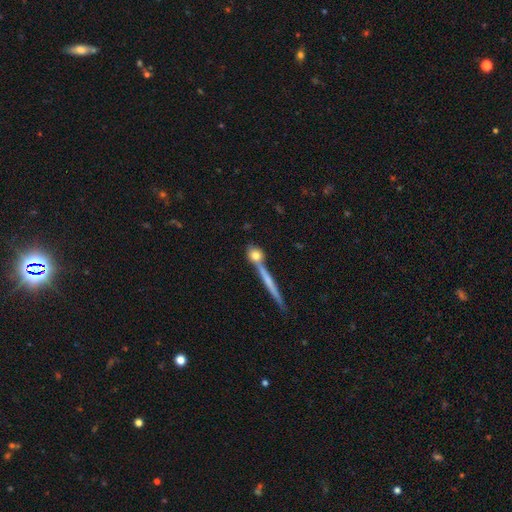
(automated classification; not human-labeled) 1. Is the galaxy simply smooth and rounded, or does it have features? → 70% smooth, 21% featured or disk, 9% star or artifact.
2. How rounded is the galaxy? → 65% round, 18% cigar-shaped, 17% in between.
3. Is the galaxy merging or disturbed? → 59% none, 25% merger, 11% minor disturbance, 5% major disturbance.